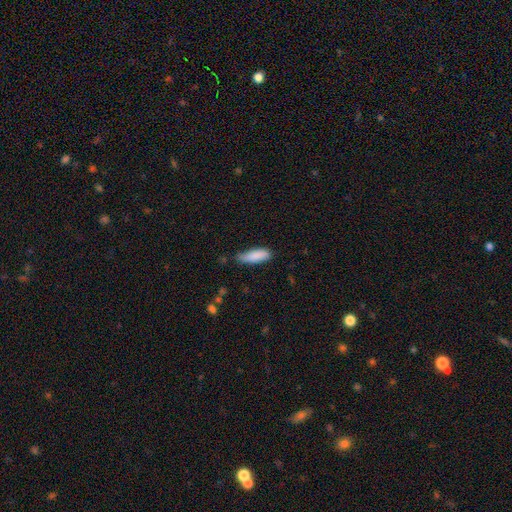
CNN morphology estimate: Smooth or featured? smooth (87%)
How rounded? in between (54%)
Merging? none (61%)